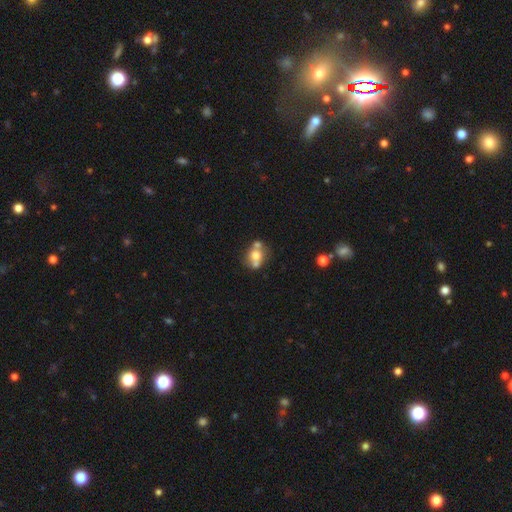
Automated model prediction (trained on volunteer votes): This appears to be a smooth galaxy with no disk features (62%) that is round (66%). Merging: none (44%).